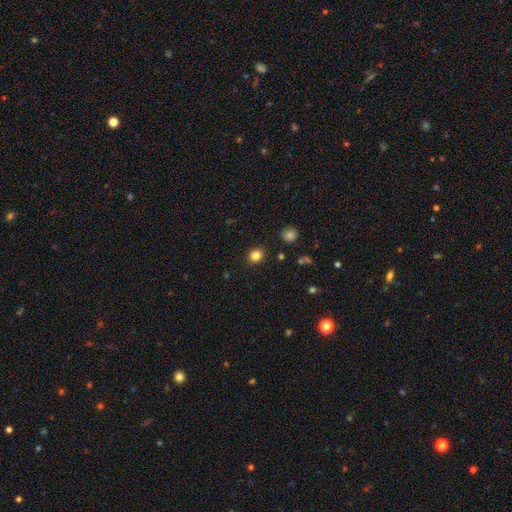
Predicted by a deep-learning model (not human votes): Morphology: type=smooth (83%); roundness=round (79%); merging=none (89%).